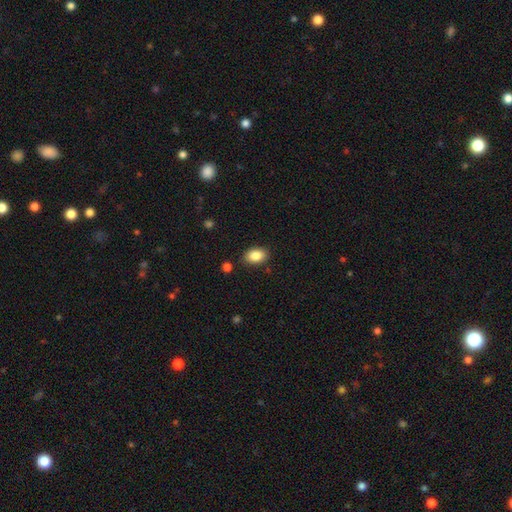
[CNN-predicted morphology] Smooth or featured?
  - smooth: 86% *
  - star or artifact: 8%
  - featured or disk: 6%
How rounded?
  - in between: 85% *
  - round: 13%
  - cigar-shaped: 1%
Merging?
  - none: 85% *
  - minor disturbance: 10%
  - merger: 2%
  - major disturbance: 2%